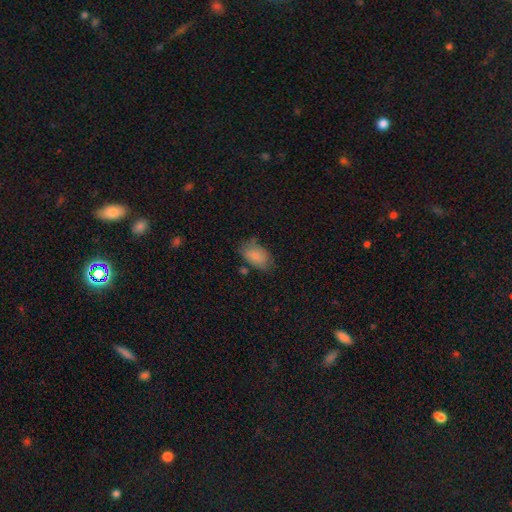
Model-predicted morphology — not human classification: Smooth or featured: smooth — 83% (featured or disk — 10%)
How rounded: in between — 93% (round — 5%)
Merging: none — 64% (minor disturbance — 24%)